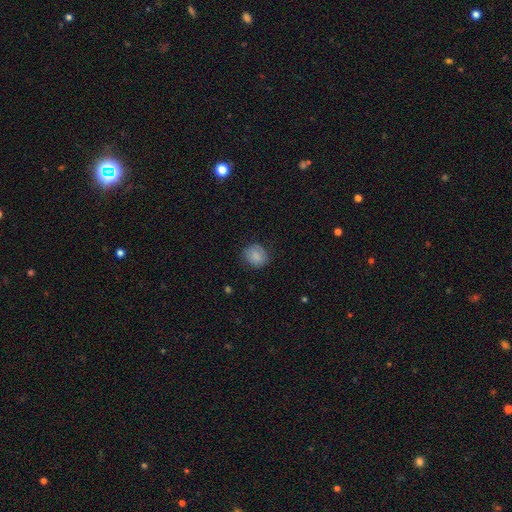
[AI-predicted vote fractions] Q: Smooth or featured?
A: smooth (83%); runner-up: featured or disk (9%)
Q: How rounded?
A: round (80%); runner-up: in between (19%)
Q: Merging?
A: none (77%); runner-up: minor disturbance (17%)